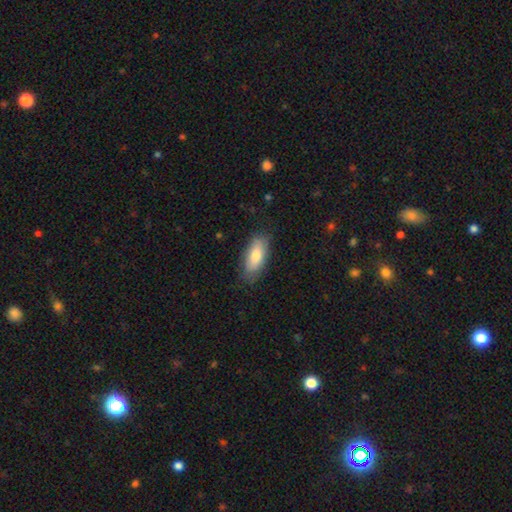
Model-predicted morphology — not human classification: The model was most divided on "smooth or featured": smooth: 78%, featured or disk: 16%, star or artifact: 6%. More confident: merging — none (81%); how rounded — in between (81%).